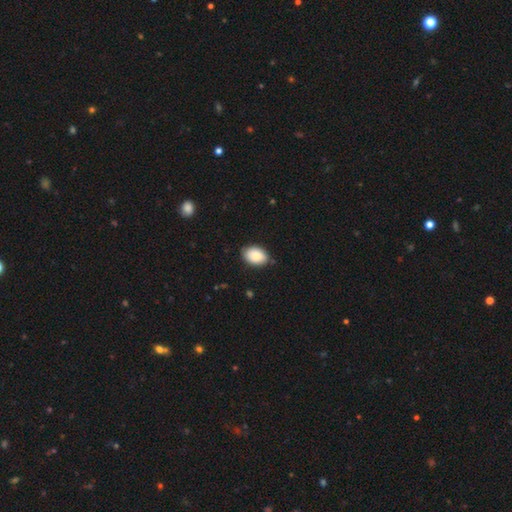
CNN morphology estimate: The model was most divided on "merging": none: 81%, minor disturbance: 15%, major disturbance: 2%, merger: 1%. More confident: smooth or featured — smooth (87%); how rounded — in between (86%).